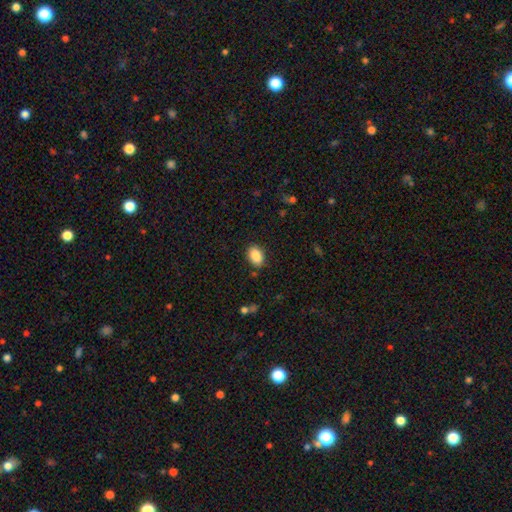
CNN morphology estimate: This is clearly a smooth galaxy (88%). How rounded: clearly in between (84%). Merging: clearly none (87%).